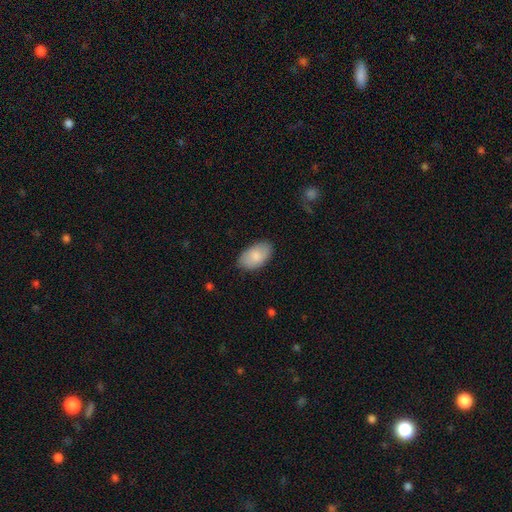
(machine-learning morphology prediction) Smooth or featured? smooth (83%)
How rounded? in between (94%)
Merging? none (82%)